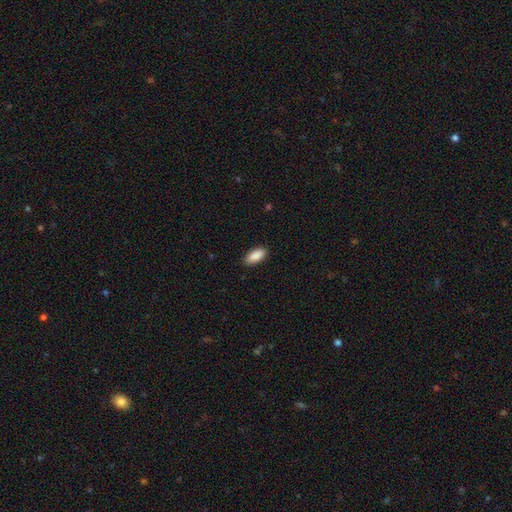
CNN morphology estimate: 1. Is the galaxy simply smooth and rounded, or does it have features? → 90% smooth, 6% star or artifact, 3% featured or disk.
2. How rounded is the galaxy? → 88% in between, 10% cigar-shaped, 2% round.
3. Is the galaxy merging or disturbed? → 88% none, 10% minor disturbance, 2% major disturbance, 1% merger.